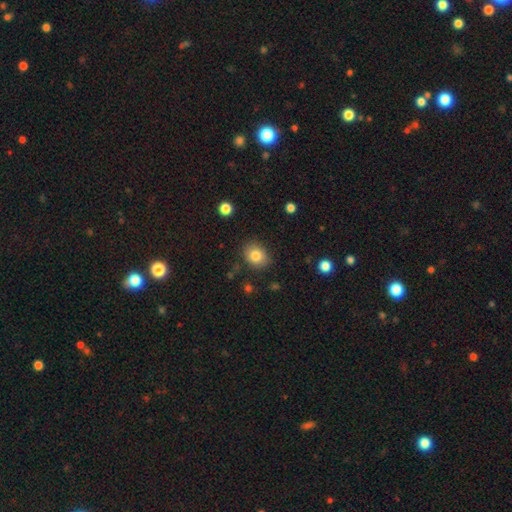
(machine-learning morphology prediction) smooth_or_featured: smooth (p=0.82) [alt: star or artifact p=0.10]
how_rounded: round (p=0.54) [alt: in between p=0.45]
merging: none (p=0.84) [alt: minor disturbance p=0.11]